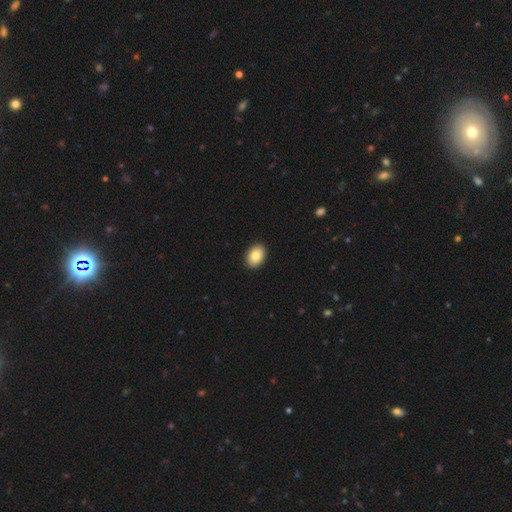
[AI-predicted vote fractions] smooth-or-featured: smooth: 87% | star or artifact: 7% | featured or disk: 6%
  how-rounded: in between: 80% | round: 19% | cigar-shaped: 1%
  merging: none: 92% | minor disturbance: 6% | major disturbance: 2% | merger: 1%